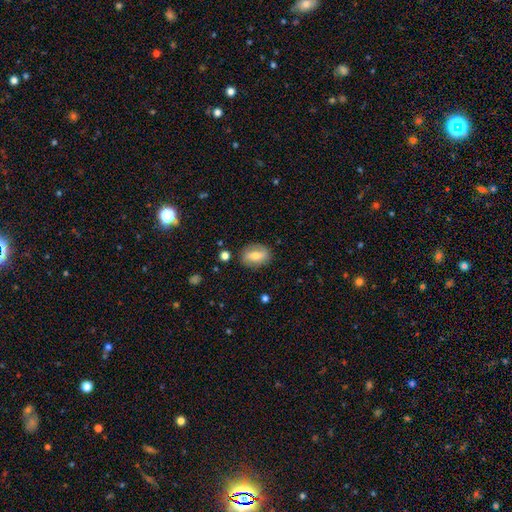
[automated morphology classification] A smooth galaxy with no disk features (57%) that is in between round and cigar-shaped (73%).

Vote fractions:
- Smooth or featured? smooth: 57% / featured or disk: 35% / star or artifact: 8%
- How rounded? in between: 73% / round: 23% / cigar-shaped: 3%
- Merging? none: 83% / minor disturbance: 12% / major disturbance: 3% / merger: 2%